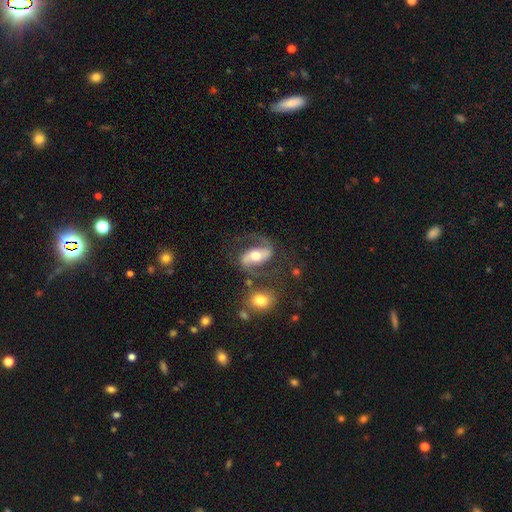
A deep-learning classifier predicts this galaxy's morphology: Overall: featured or disk (79%). Edge-on disk: no (94%). Bar: strong (47%; weak 28%). Spiral arms: yes (92%). Spiral arm count: 2 (88%). Spiral winding: loose (44%, tied with medium). Bulge size: moderate (71%). Merging: none (61%).